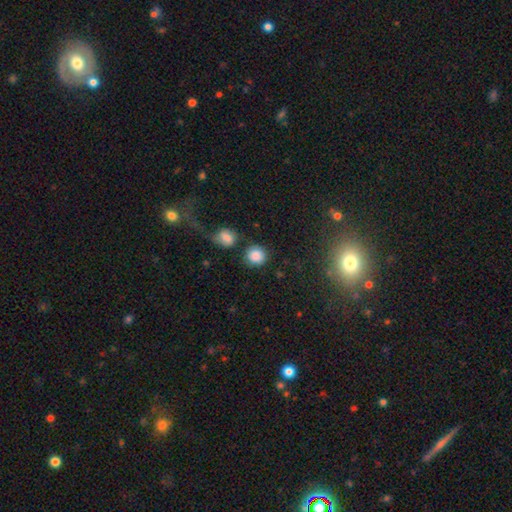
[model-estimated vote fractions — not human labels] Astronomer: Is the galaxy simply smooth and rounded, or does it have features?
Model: smooth — 86%.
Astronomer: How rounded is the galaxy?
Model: round — 89%.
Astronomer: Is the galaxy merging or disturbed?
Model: none — 72%.